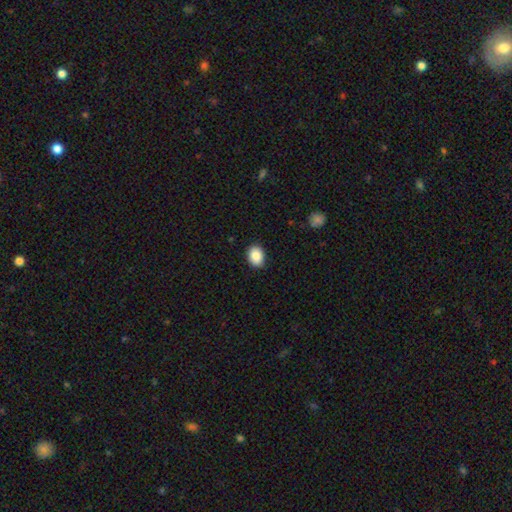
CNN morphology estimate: The model was most divided on "how rounded": in between: 67%, round: 32%, cigar-shaped: 1%. More confident: merging — none (89%); smooth or featured — smooth (88%).